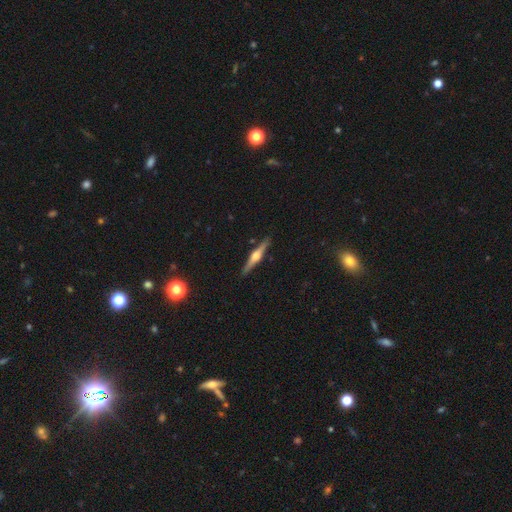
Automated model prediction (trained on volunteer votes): Q: Smooth or featured?
A: featured or disk (76%); runner-up: smooth (19%)
Q: Edge-on disk?
A: yes (98%); runner-up: no (2%)
Q: Edge-on bulge?
A: rounded (91%); runner-up: boxy (6%)
Q: Merging?
A: none (91%); runner-up: minor disturbance (7%)